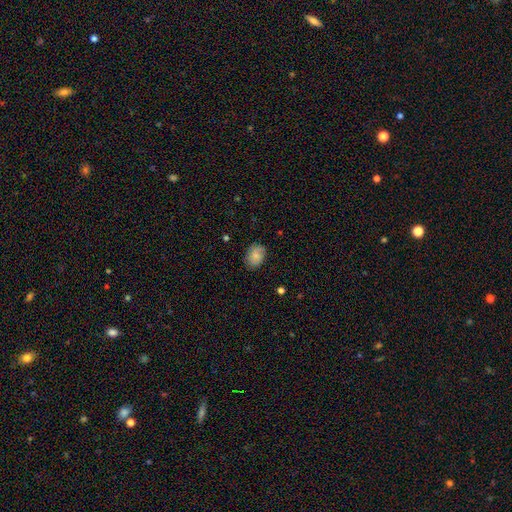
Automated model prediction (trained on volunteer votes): smooth_or_featured: smooth (p=0.84) [alt: featured or disk p=0.09]
how_rounded: in between (p=0.75) [alt: round p=0.24]
merging: none (p=0.83) [alt: minor disturbance p=0.14]